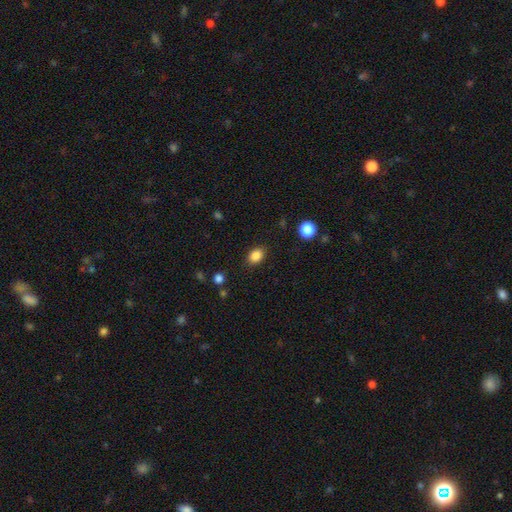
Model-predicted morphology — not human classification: Q: Smooth or featured?
A: smooth (86%); runner-up: star or artifact (10%)
Q: How rounded?
A: in between (68%); runner-up: round (31%)
Q: Merging?
A: none (86%); runner-up: minor disturbance (9%)